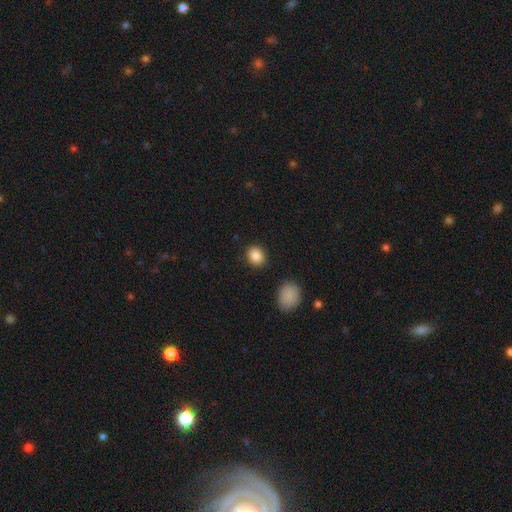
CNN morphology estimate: A smooth galaxy with no disk features (87%) that is round (58%). Merging: none (87%).